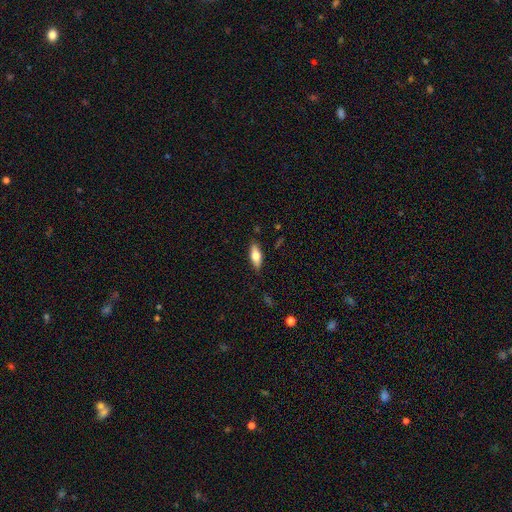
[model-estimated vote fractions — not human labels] smooth_or_featured: smooth (p=0.62) [alt: featured or disk p=0.31]
how_rounded: in between (p=0.66) [alt: cigar-shaped p=0.32]
merging: none (p=0.85) [alt: minor disturbance p=0.11]